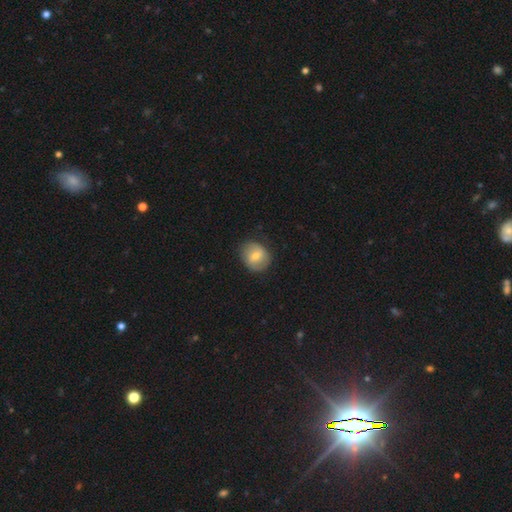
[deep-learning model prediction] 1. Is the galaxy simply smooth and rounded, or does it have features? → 66% smooth, 27% featured or disk, 7% star or artifact.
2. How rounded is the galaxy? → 71% round, 28% in between, 1% cigar-shaped.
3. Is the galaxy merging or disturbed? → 80% none, 15% minor disturbance, 4% major disturbance, 1% merger.